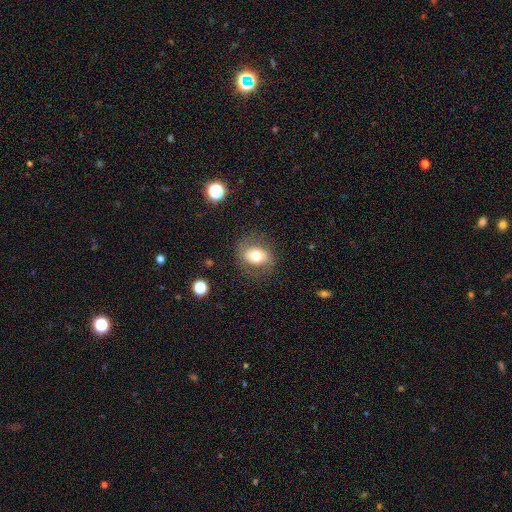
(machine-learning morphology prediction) Smooth or featured? smooth (55%)
How rounded? in between (54%)
Merging? none (76%)